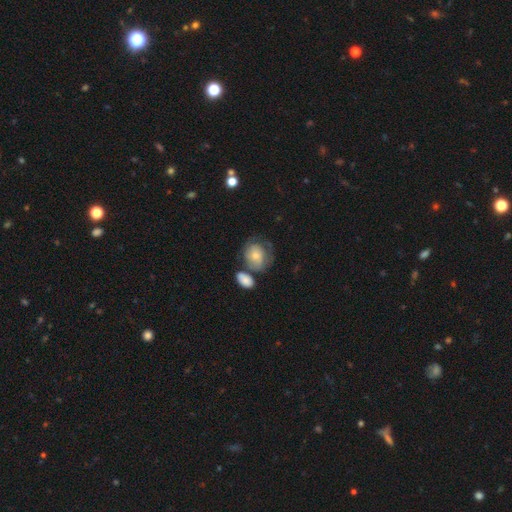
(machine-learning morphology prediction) smooth-or-featured: smooth: 56% | featured or disk: 37% | star or artifact: 7%
  how-rounded: round: 61% | in between: 38% | cigar-shaped: 1%
  merging: none: 39% | minor disturbance: 24% | merger: 19% | major disturbance: 18%